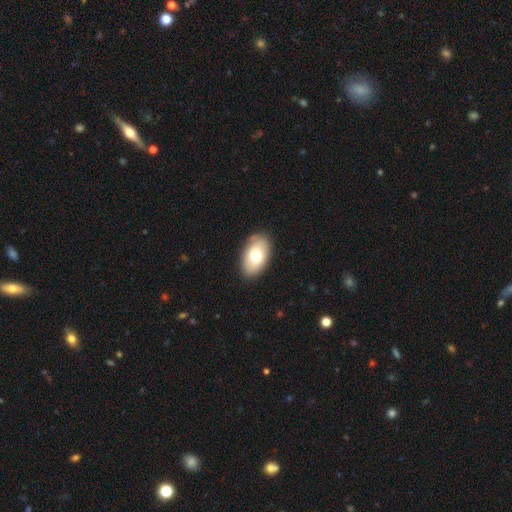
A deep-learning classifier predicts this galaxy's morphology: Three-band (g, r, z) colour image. It shows a smooth galaxy with no disk features (72%) that is in between round and cigar-shaped (93%). Merging: none (87%).